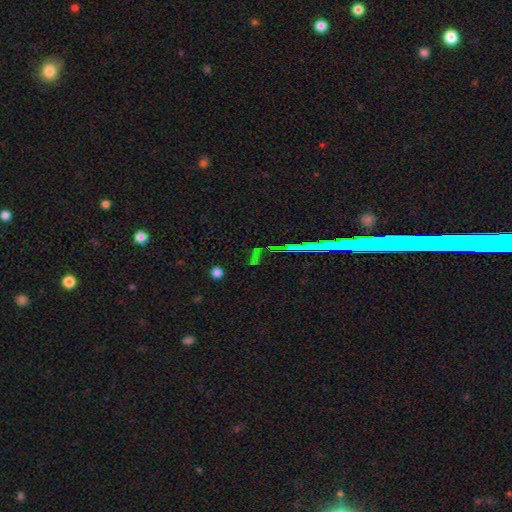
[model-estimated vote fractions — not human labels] Smooth or featured?
  - star or artifact: 55% *
  - smooth: 32%
  - featured or disk: 13%